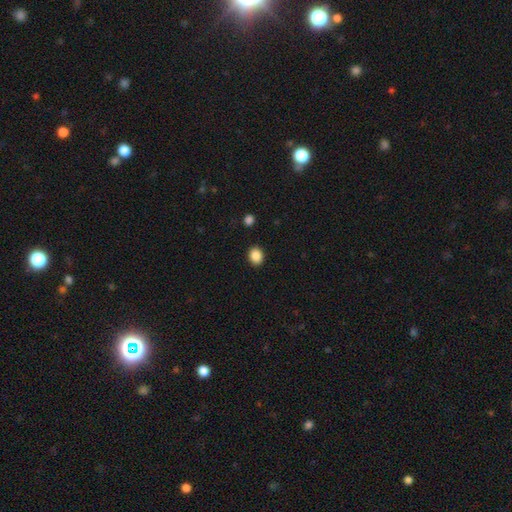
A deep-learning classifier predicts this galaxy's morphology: type=smooth (88%); roundness=round (56%); merging=none (90%).